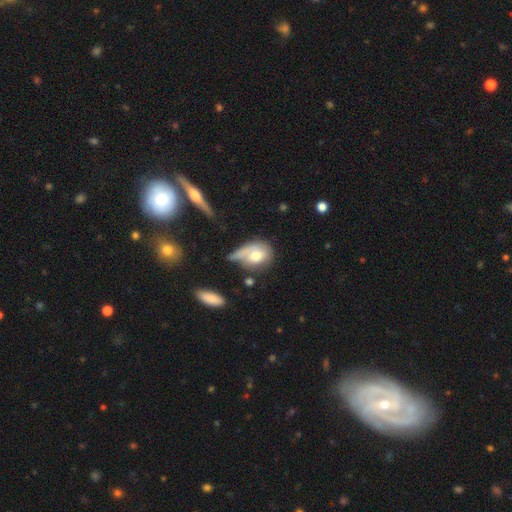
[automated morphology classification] smooth_or_featured: smooth (p=0.67) [alt: featured or disk p=0.25]
how_rounded: in between (p=0.58) [alt: round p=0.40]
merging: minor disturbance (p=0.29) [alt: major disturbance p=0.28]